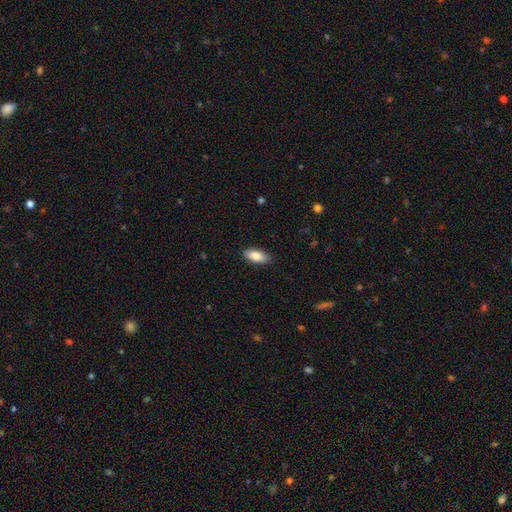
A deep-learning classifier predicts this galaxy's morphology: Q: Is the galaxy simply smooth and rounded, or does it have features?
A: smooth — 83%.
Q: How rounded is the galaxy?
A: in between — 87%.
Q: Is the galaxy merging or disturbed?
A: none — 88%.